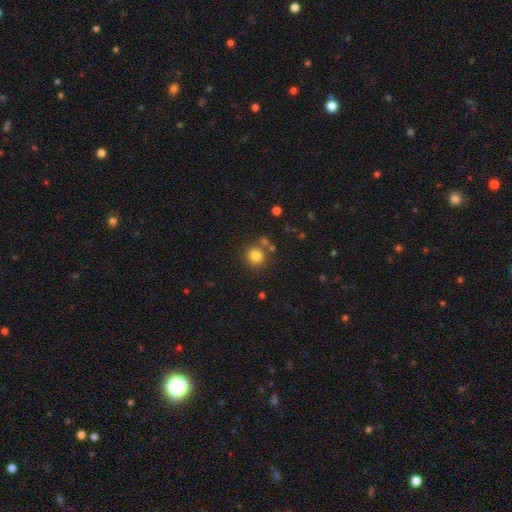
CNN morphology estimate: Smooth or featured: smooth — 81% (star or artifact — 13%)
How rounded: round — 93% (in between — 6%)
Merging: none — 78% (merger — 10%)